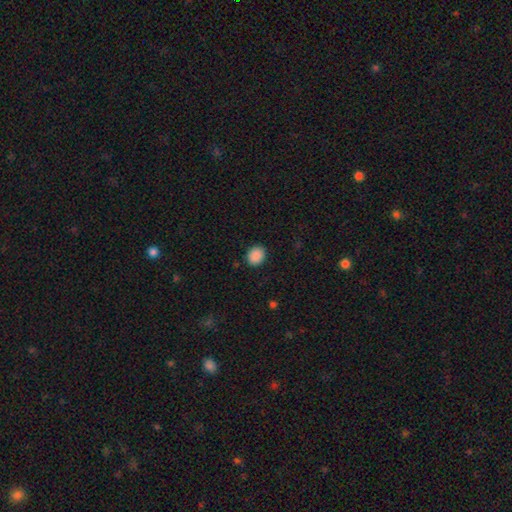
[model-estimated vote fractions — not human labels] smooth-or-featured: smooth: 89% | star or artifact: 9% | featured or disk: 2%
  how-rounded: round: 58% | in between: 41% | cigar-shaped: 1%
  merging: none: 89% | minor disturbance: 7% | major disturbance: 2% | merger: 1%